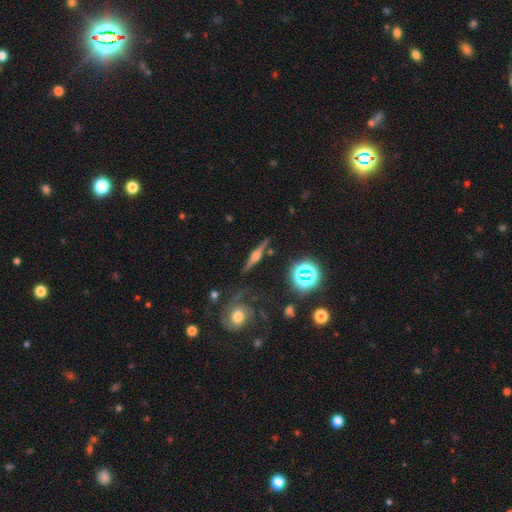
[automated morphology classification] featured or disk 73%, smooth 17%, star or artifact 11%. Down the decision tree: edge-on disk — yes (95%); edge-on bulge — rounded (88%); merging — none (81%).